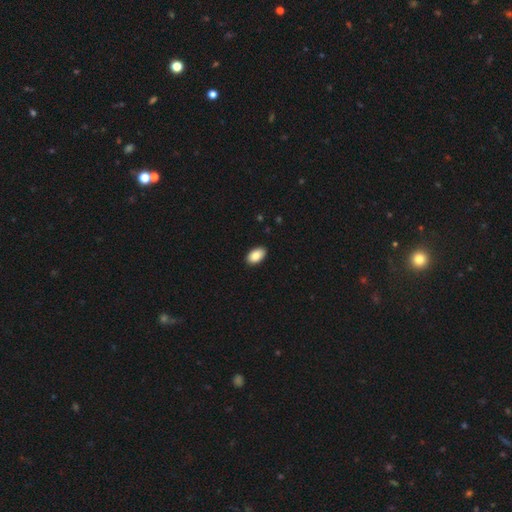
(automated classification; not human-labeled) This is clearly a smooth galaxy (86%). How rounded: clearly in between (94%). Merging: clearly none (89%).